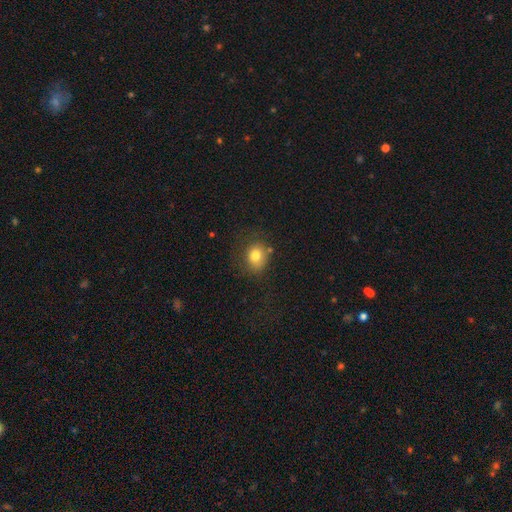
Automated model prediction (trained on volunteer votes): This appears to be a smooth galaxy with no disk features (78%) that is round (69%). Merging: none (70%).